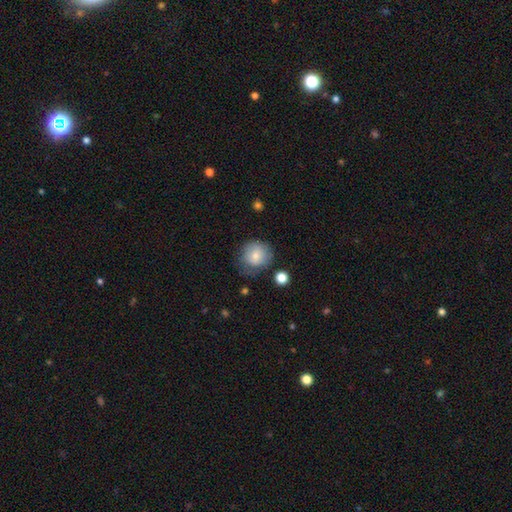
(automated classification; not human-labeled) Smooth or featured? Predicted: smooth (p=0.79). How rounded? Predicted: round (p=0.85). Merging? Predicted: none (p=0.63).